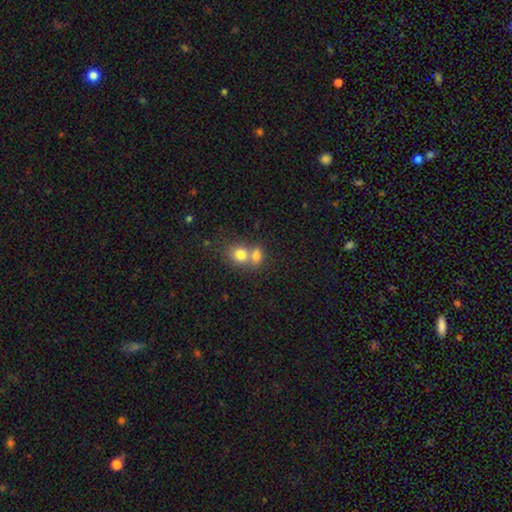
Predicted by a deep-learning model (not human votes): smooth-or-featured: smooth: 64% | star or artifact: 21% | featured or disk: 15%
  how-rounded: round: 79% | in between: 20% | cigar-shaped: 1%
  merging: merger: 50% | none: 41% | minor disturbance: 6% | major disturbance: 3%